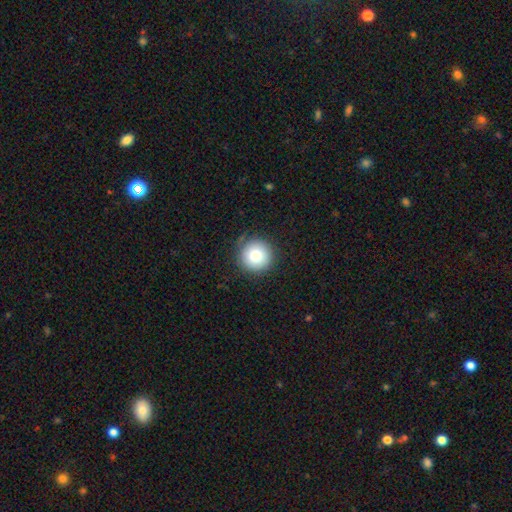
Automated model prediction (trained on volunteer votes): smooth-or-featured: smooth: 79% | star or artifact: 11% | featured or disk: 10%
  how-rounded: round: 96% | in between: 3% | cigar-shaped: 1%
  merging: none: 87% | minor disturbance: 9% | major disturbance: 3% | merger: 1%